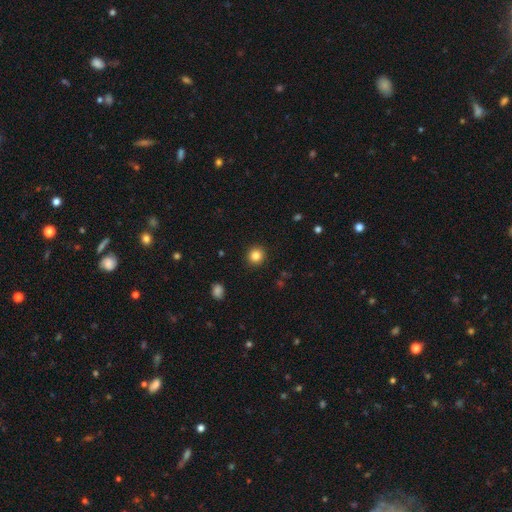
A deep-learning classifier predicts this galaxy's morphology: smooth_or_featured: smooth (p=0.84) [alt: star or artifact p=0.11]
how_rounded: round (p=0.93) [alt: in between p=0.06]
merging: none (p=0.92) [alt: minor disturbance p=0.05]